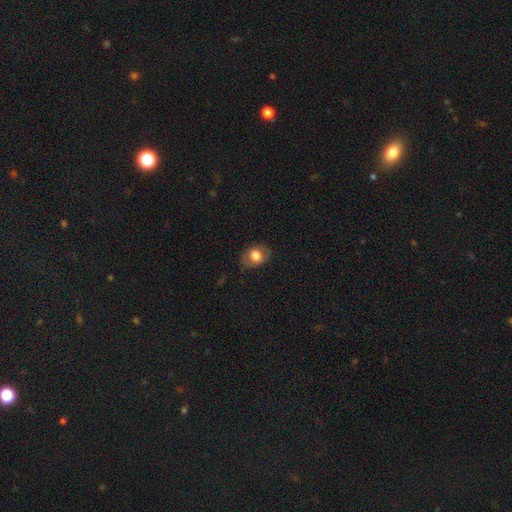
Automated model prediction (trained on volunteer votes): This appears to be a smooth galaxy with no disk features (68%) that is in between round and cigar-shaped (69%). Merging: none (80%).